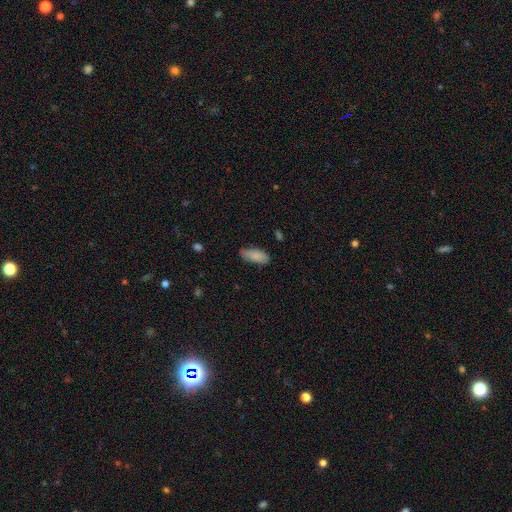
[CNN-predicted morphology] Smooth or featured: smooth — 86% (featured or disk — 7%)
How rounded: in between — 83% (cigar-shaped — 15%)
Merging: none — 75% (minor disturbance — 20%)